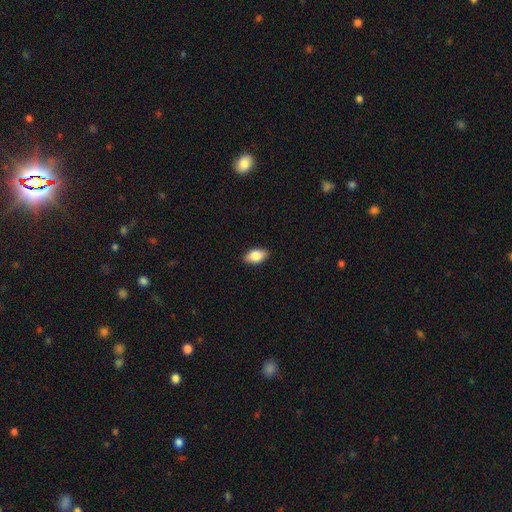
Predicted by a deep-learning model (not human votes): A smooth galaxy with no disk features (84%) that is in between round and cigar-shaped (91%).

Vote fractions:
- Smooth or featured? smooth: 84% / featured or disk: 9% / star or artifact: 7%
- How rounded? in between: 91% / round: 6% / cigar-shaped: 2%
- Merging? none: 89% / minor disturbance: 8% / major disturbance: 2% / merger: 1%